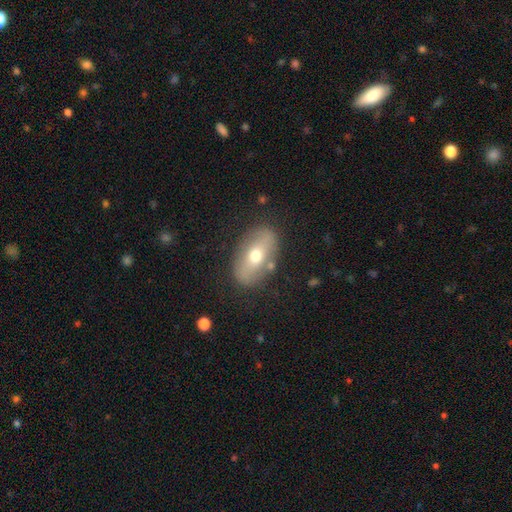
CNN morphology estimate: Overall: smooth (47%; featured or disk 46%). Merging: none (81%).